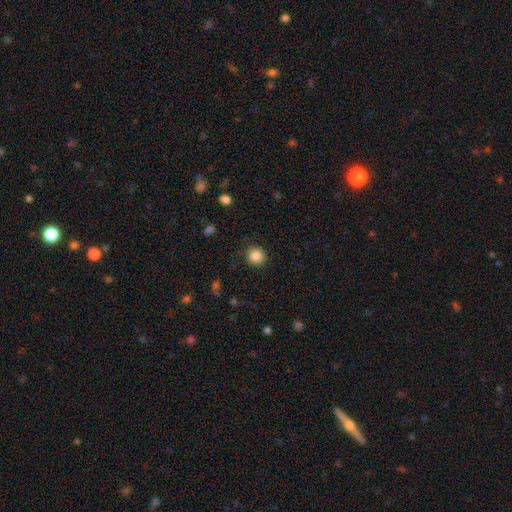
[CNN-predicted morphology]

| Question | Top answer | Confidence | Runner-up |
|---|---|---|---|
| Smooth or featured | smooth | 86% | star or artifact (10%) |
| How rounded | round | 90% | in between (9%) |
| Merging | none | 88% | minor disturbance (8%) |